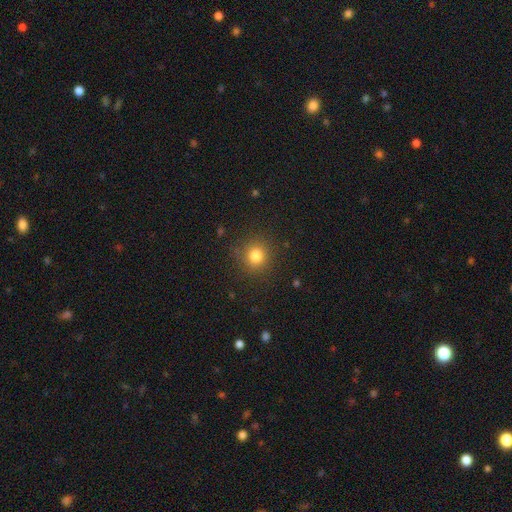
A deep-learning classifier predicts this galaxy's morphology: smooth 80%, star or artifact 14%, featured or disk 6%. Down the decision tree: how rounded — round (91%); merging — none (88%).